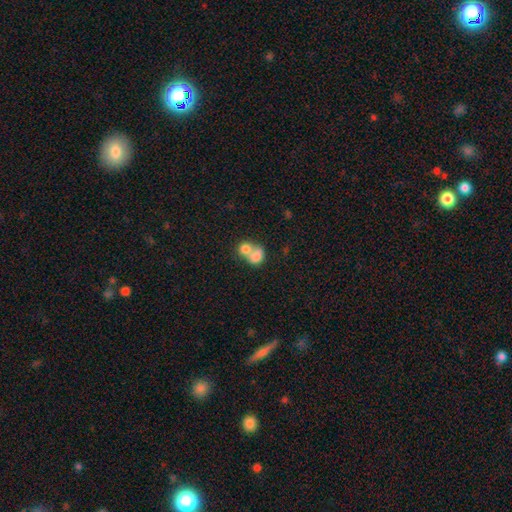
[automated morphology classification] Smooth or featured? Predicted: smooth (p=0.74). How rounded? Predicted: in between (p=0.50). Merging? Predicted: merger (p=0.74).